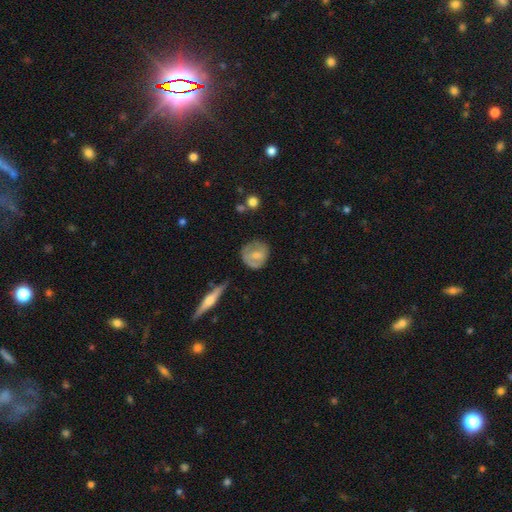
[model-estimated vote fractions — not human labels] Overall: smooth (62%; featured or disk 31%). How rounded: round (80%). Merging: none (60%; minor disturbance 27%).